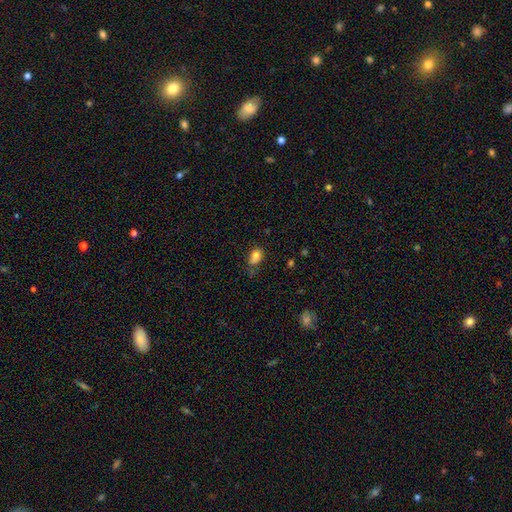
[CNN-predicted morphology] smooth_or_featured: smooth (p=0.79) [alt: star or artifact p=0.11]
how_rounded: in between (p=0.74) [alt: round p=0.24]
merging: none (p=0.46) [alt: minor disturbance p=0.30]